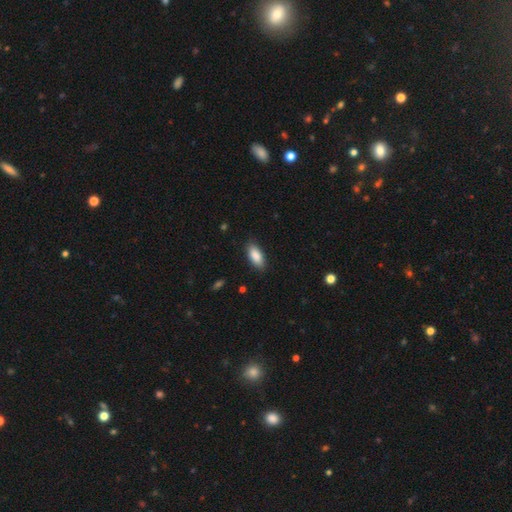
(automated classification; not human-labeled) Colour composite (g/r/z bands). It shows a smooth galaxy with no disk features (88%) that is in between round and cigar-shaped (85%). Merging: none (85%).